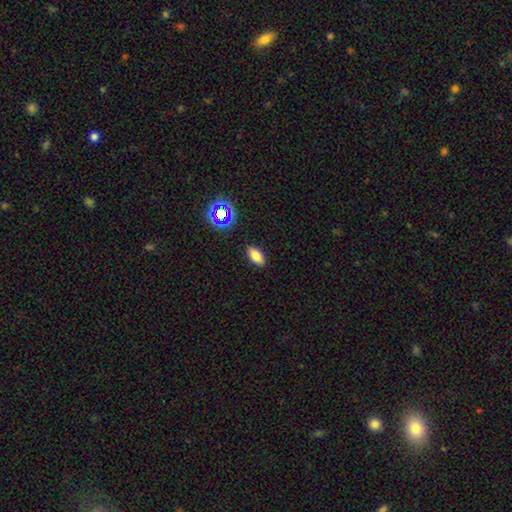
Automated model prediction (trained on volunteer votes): Smooth or featured: smooth — 77% (star or artifact — 13%)
How rounded: in between — 86% (cigar-shaped — 10%)
Merging: none — 88% (minor disturbance — 8%)